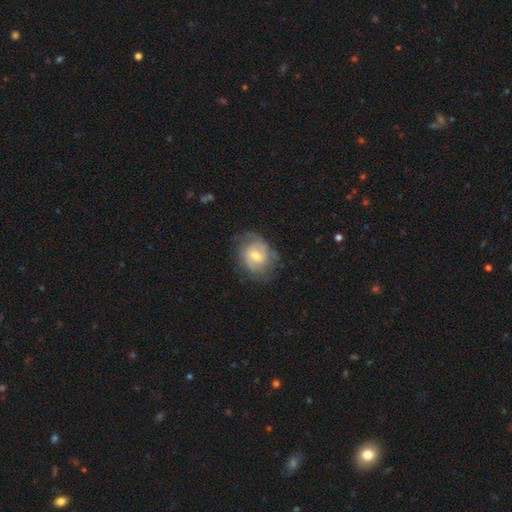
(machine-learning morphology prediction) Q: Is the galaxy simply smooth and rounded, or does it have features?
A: featured or disk — 56%.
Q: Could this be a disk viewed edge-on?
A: no — 96%.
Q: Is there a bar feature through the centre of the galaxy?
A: weak — 45%.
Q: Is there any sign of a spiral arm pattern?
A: yes — 76%.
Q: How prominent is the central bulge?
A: moderate — 55%.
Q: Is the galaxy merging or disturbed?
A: none — 64%.